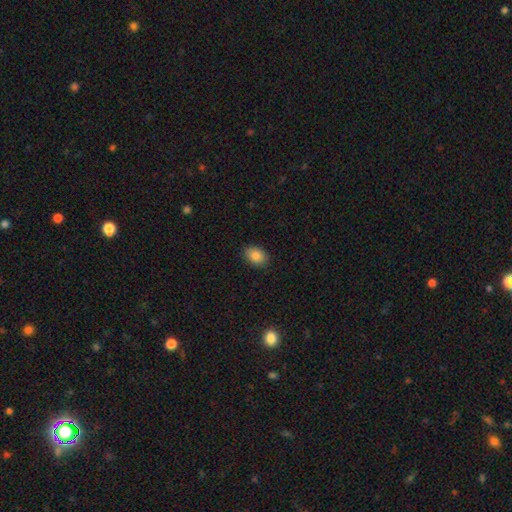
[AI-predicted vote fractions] A smooth galaxy with no disk features (86%) that is in between round and cigar-shaped (77%). Merging: none (88%).